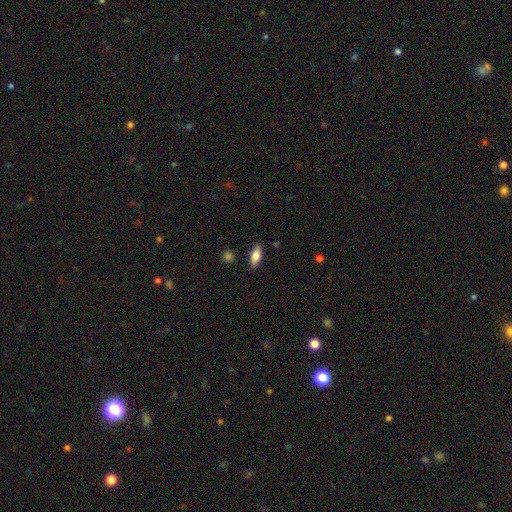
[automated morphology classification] smooth 73%, featured or disk 20%, star or artifact 7%. Down the decision tree: how rounded — in between (77%); merging — none (86%).